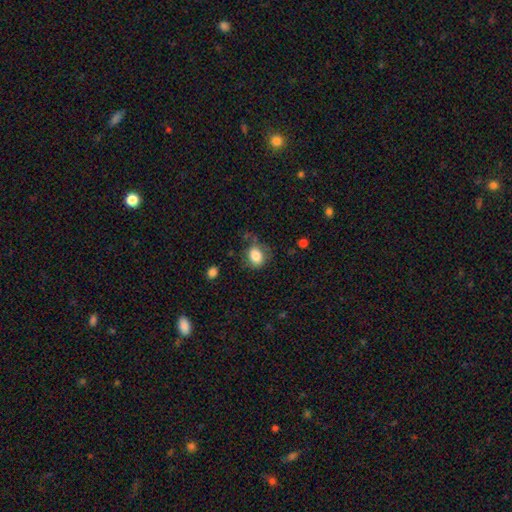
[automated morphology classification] Smooth or featured? Predicted: smooth (p=0.83). How rounded? Predicted: round (p=0.51). Merging? Predicted: none (p=0.62).